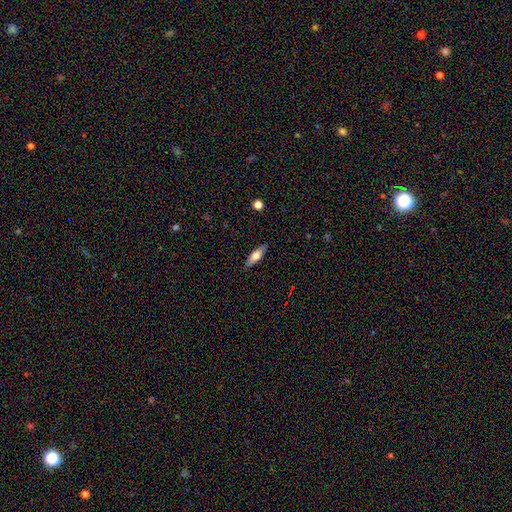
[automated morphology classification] This is likely a smooth galaxy (60%). How rounded: possibly in between (49%). Merging: clearly none (88%).